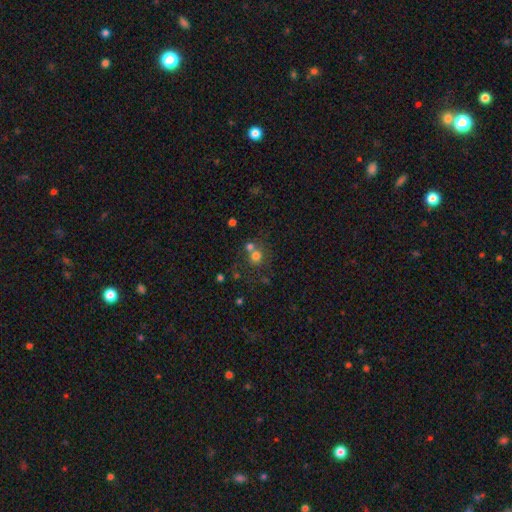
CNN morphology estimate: A smooth galaxy with no disk features (70%) that is round (87%).

Vote fractions:
- Smooth or featured? smooth: 70% / star or artifact: 18% / featured or disk: 12%
- How rounded? round: 87% / in between: 12% / cigar-shaped: 1%
- Merging? none: 53% / merger: 35% / minor disturbance: 8% / major disturbance: 4%